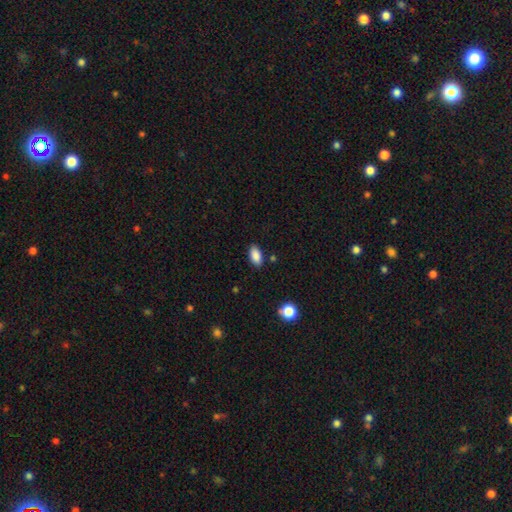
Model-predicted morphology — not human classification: type=smooth (88%); roundness=in between (92%); merging=none (85%).